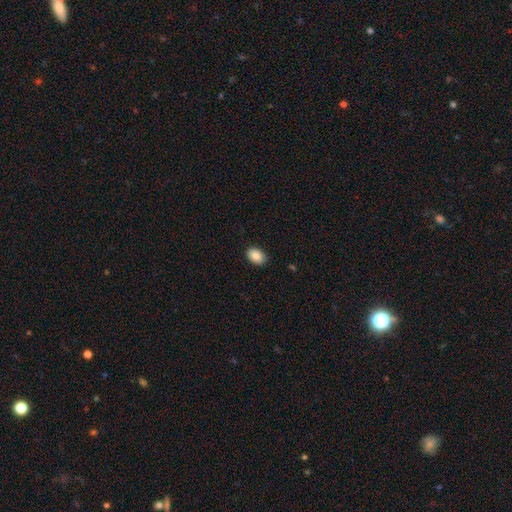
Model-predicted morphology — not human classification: Smooth or featured? smooth (89%)
How rounded? in between (86%)
Merging? none (87%)